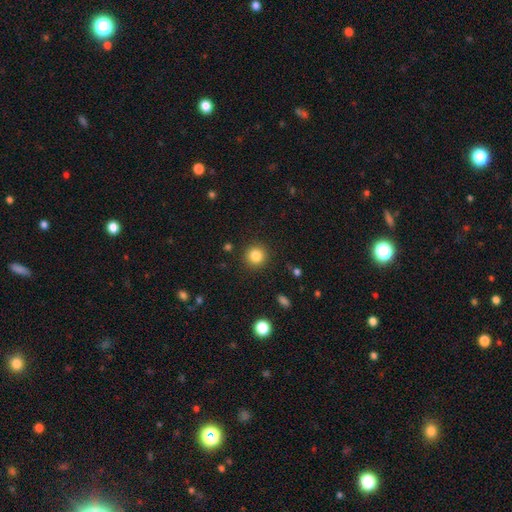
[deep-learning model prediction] Overall: smooth (84%). How rounded: round (93%). Merging: none (91%).